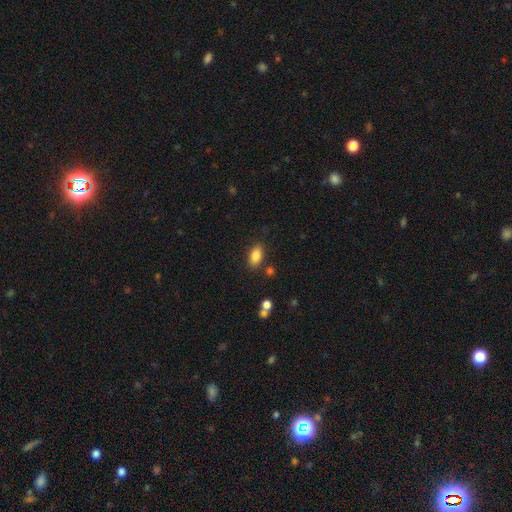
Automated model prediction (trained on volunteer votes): Smooth or featured: smooth — 86% (star or artifact — 8%)
How rounded: in between — 91% (round — 5%)
Merging: none — 82% (minor disturbance — 11%)